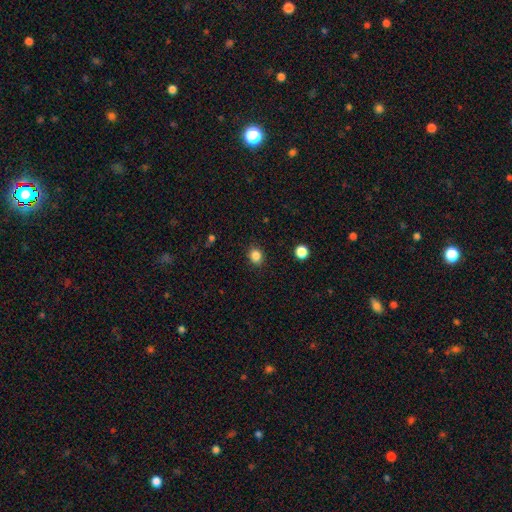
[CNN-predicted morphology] smooth-or-featured: smooth: 85% | star or artifact: 12% | featured or disk: 4%
  how-rounded: round: 71% | in between: 28% | cigar-shaped: 1%
  merging: none: 88% | minor disturbance: 8% | major disturbance: 2% | merger: 1%